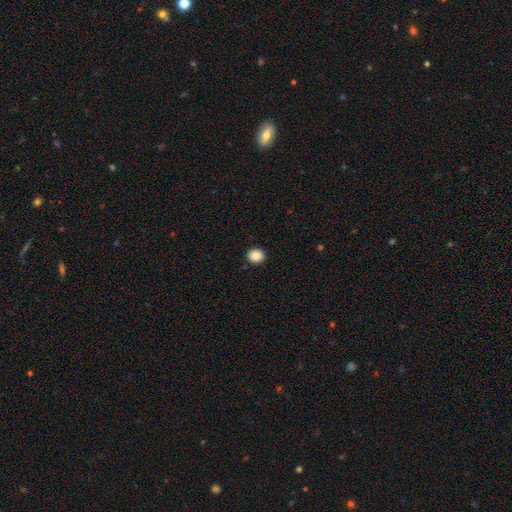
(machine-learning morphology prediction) Smooth or featured?
  - smooth: 87% *
  - star or artifact: 9%
  - featured or disk: 4%
How rounded?
  - round: 80% *
  - in between: 19%
  - cigar-shaped: 1%
Merging?
  - none: 91% *
  - minor disturbance: 6%
  - major disturbance: 2%
  - merger: 1%